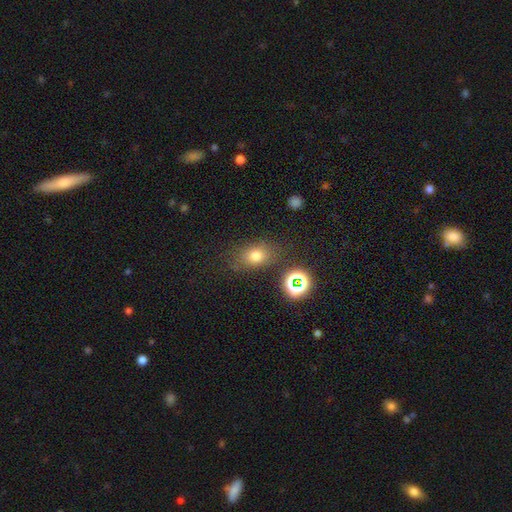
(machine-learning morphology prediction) This appears to be a smooth galaxy with no disk features (72%) that is in between round and cigar-shaped (64%). Merging: none (74%).